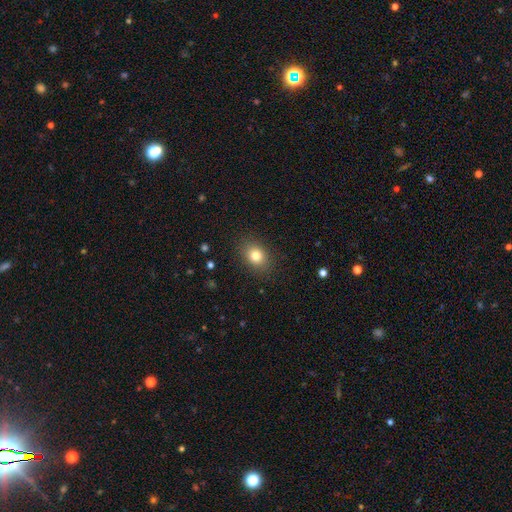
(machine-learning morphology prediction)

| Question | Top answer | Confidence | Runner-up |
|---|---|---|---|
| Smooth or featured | smooth | 81% | star or artifact (11%) |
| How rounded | in between | 59% | round (40%) |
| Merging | none | 87% | minor disturbance (9%) |